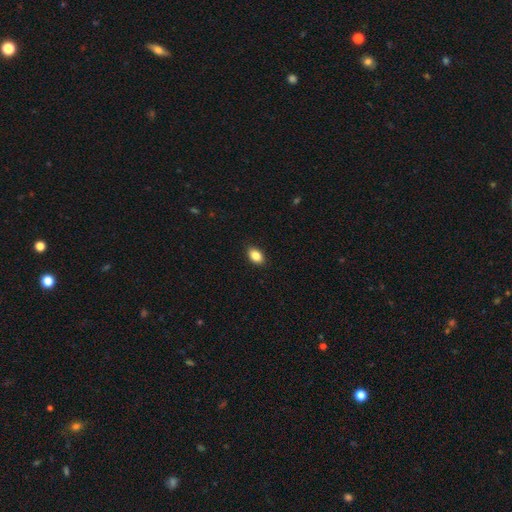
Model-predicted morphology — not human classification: type=smooth (86%); roundness=in between (87%); merging=none (89%).